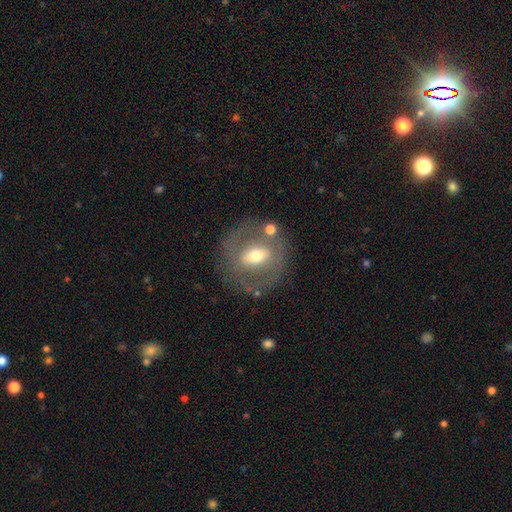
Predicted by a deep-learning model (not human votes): The model was most divided on "bar": weak: 39%, strong: 34%, no: 27%. More confident: edge-on disk — no (90%); spiral arms — no (75%); merging — none (74%); bulge size — moderate (68%); smooth or featured — featured or disk (58%).